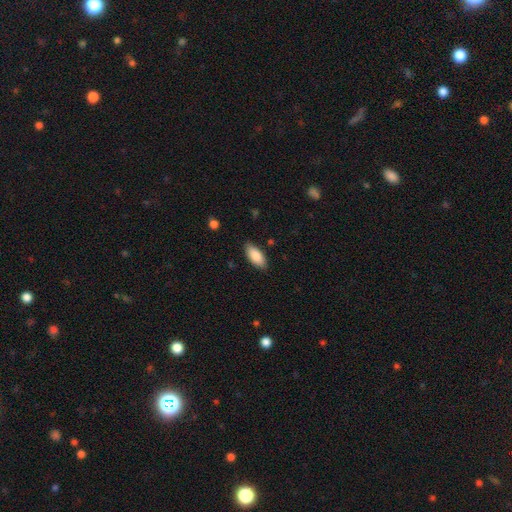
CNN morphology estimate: smooth 87%, featured or disk 7%, star or artifact 6%. Down the decision tree: how rounded — in between (87%); merging — none (86%).